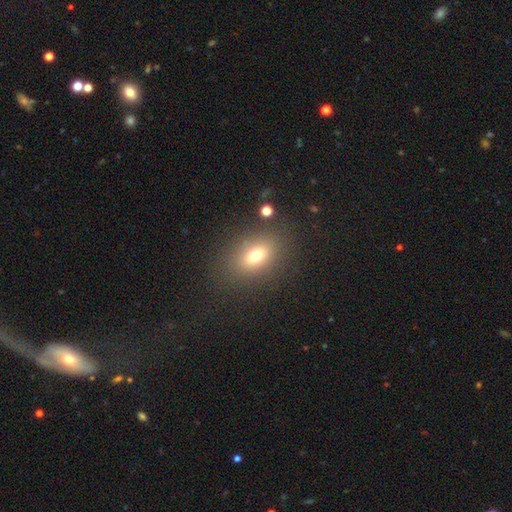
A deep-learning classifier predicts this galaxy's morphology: Smooth or featured? smooth (72%)
How rounded? in between (75%)
Merging? none (82%)